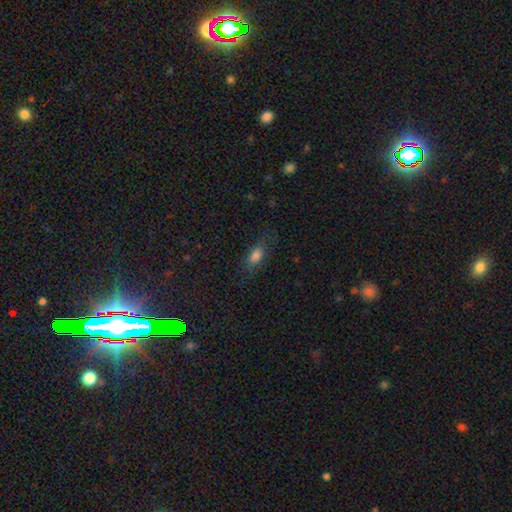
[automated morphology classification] Smooth or featured? smooth (78%)
How rounded? in between (82%)
Merging? none (71%)